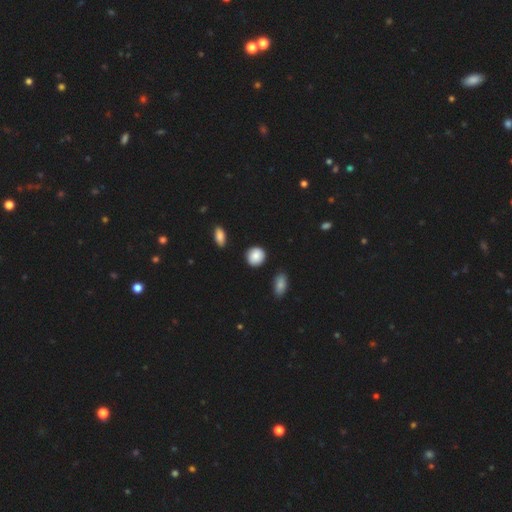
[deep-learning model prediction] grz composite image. It shows a smooth galaxy with no disk features (86%) that is round (84%). Merging: none (87%).